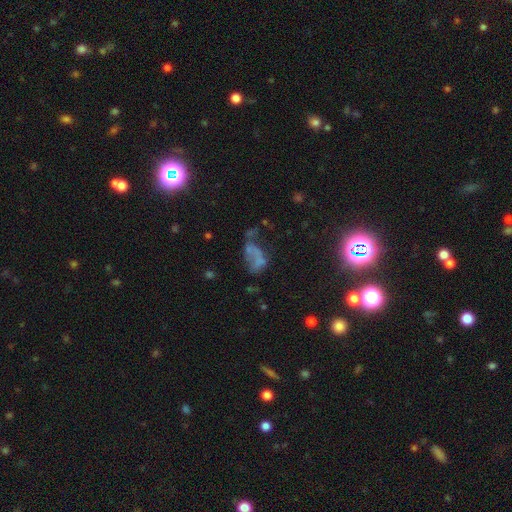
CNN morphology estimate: type=featured or disk (35%, tied with smooth); merging=major disturbance (37%).